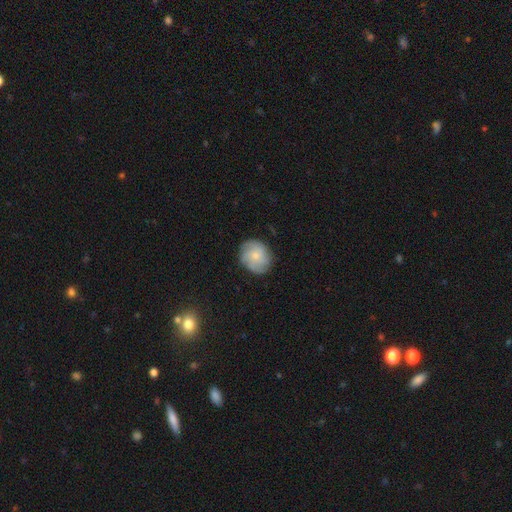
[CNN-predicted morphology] Smooth or featured? smooth (53%)
How rounded? round (72%)
Merging? none (80%)